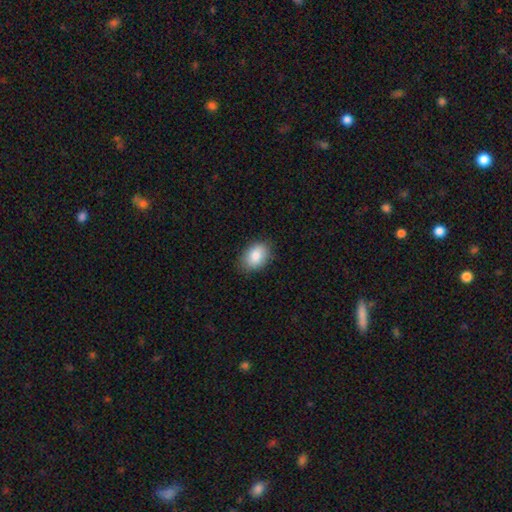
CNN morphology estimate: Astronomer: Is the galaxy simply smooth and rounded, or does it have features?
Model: smooth — 86%.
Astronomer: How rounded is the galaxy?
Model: in between — 83%.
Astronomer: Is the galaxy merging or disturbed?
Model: none — 84%.